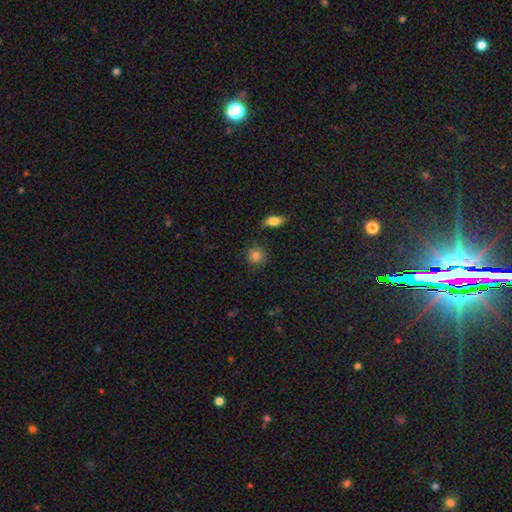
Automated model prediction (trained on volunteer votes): A smooth galaxy with no disk features (85%) that is round (88%). Merging: none (84%).